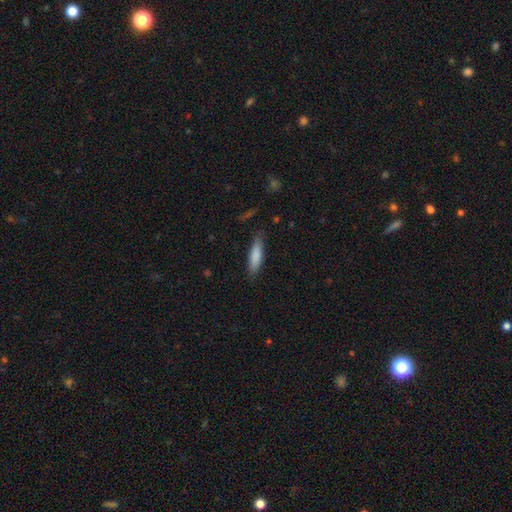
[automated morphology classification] The model was most divided on "how rounded": cigar-shaped: 62%, in between: 37%, round: 1%. More confident: smooth or featured — smooth (85%); merging — none (80%).